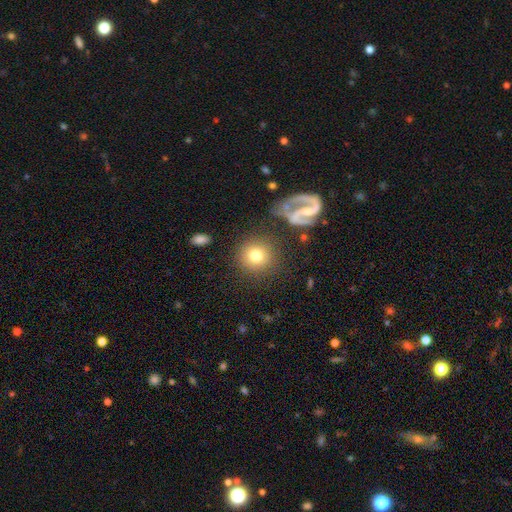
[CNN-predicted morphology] Smooth or featured? smooth (73%)
How rounded? round (91%)
Merging? none (79%)